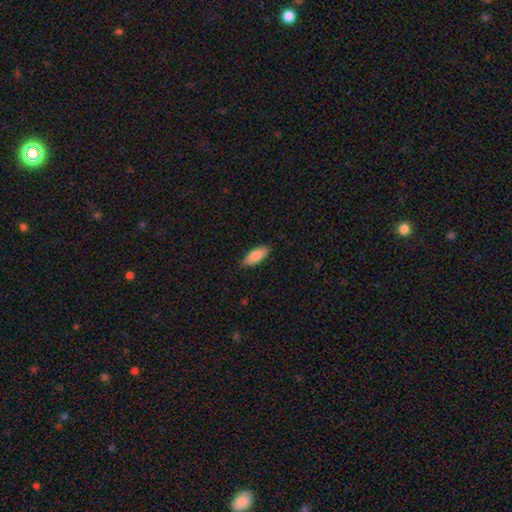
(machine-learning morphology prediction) This appears to be a smooth galaxy with no disk features (85%) that is in between round and cigar-shaped (78%). Merging: none (86%).